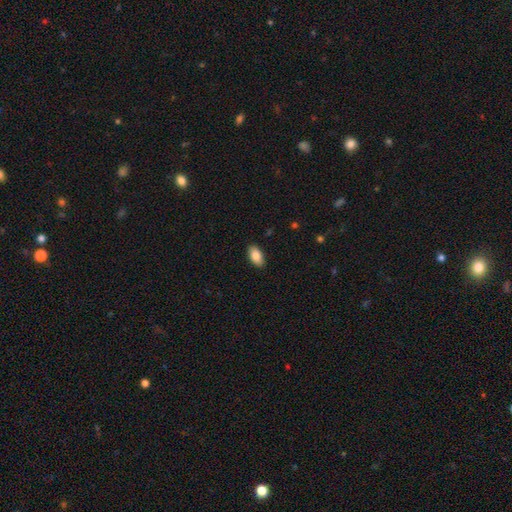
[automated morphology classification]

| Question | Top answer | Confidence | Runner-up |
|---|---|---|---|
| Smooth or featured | smooth | 87% | star or artifact (7%) |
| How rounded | in between | 94% | round (3%) |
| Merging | none | 88% | minor disturbance (9%) |